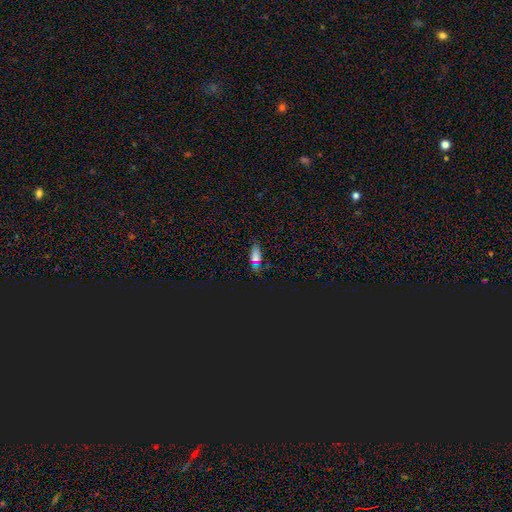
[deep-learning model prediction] Smooth or featured? Predicted: smooth (p=0.51). How rounded? Predicted: in between (p=0.80). Merging? Predicted: none (p=0.66).